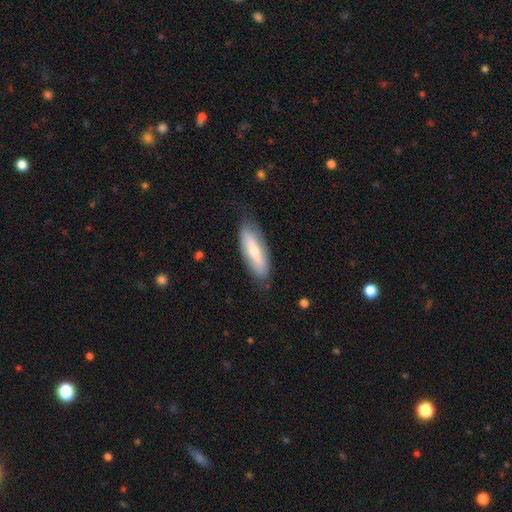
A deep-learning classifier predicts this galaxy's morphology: smooth 50%, featured or disk 44%, star or artifact 6%. Down the decision tree: merging — none (78%).